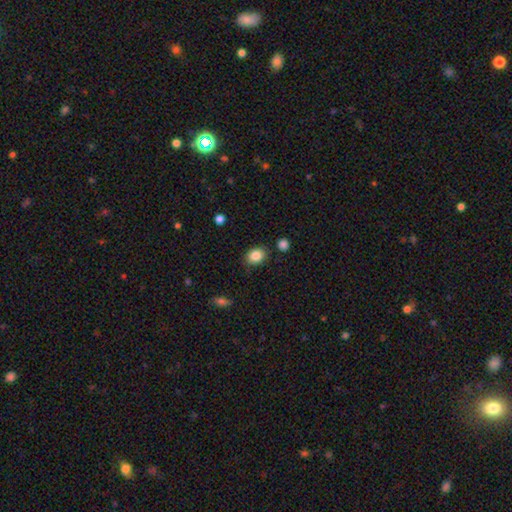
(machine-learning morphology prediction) Smooth or featured?
  - smooth: 86% *
  - star or artifact: 9%
  - featured or disk: 6%
How rounded?
  - in between: 64% *
  - round: 35%
  - cigar-shaped: 1%
Merging?
  - none: 83% *
  - minor disturbance: 11%
  - merger: 3%
  - major disturbance: 3%